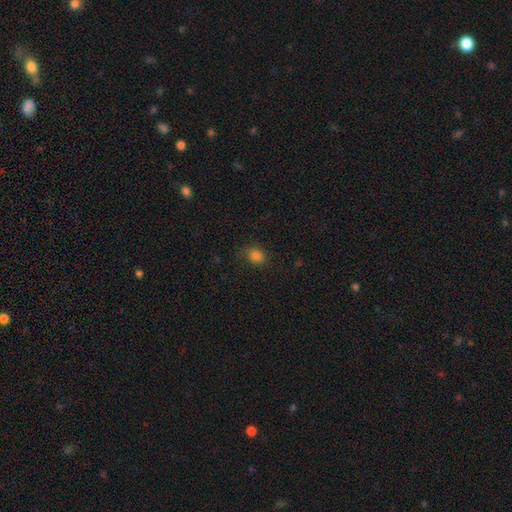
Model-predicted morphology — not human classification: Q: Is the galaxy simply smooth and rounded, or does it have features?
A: smooth — 82%.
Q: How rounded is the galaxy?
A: round — 53%.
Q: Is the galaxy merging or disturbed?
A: none — 76%.